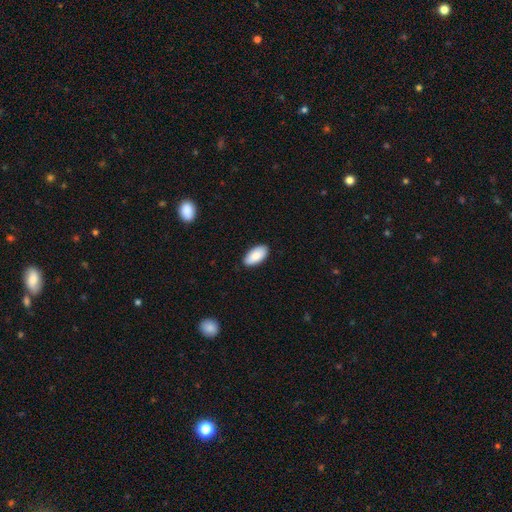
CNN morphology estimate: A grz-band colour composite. It shows a smooth galaxy with no disk features (88%) that is in between round and cigar-shaped (95%). Merging: none (87%).